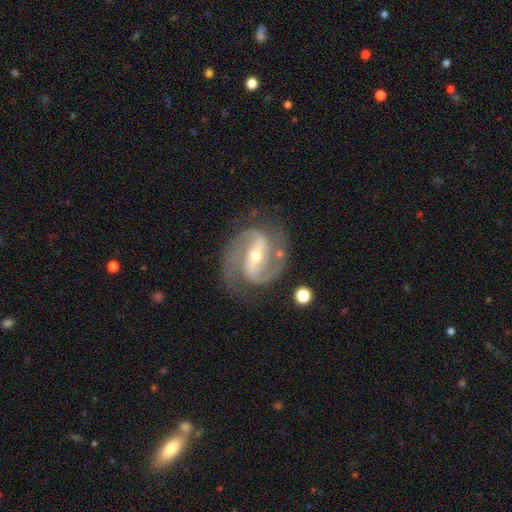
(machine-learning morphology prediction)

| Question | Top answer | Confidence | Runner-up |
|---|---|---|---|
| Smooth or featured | featured or disk | 92% | star or artifact (5%) |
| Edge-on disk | no | 97% | yes (3%) |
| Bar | strong | 54% | weak (32%) |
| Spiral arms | yes | 98% | no (2%) |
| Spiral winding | medium | 57% | tight (32%) |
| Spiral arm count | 2 | 93% | 3 (3%) |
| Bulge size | moderate | 55% | small (42%) |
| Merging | none | 80% | minor disturbance (13%) |